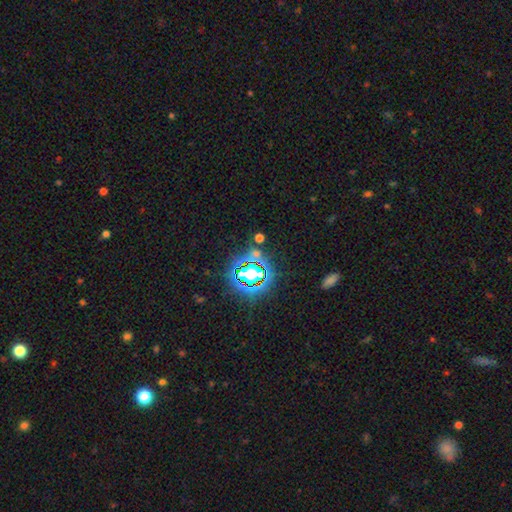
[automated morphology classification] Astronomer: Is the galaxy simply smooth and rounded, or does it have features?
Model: star or artifact — 76%.